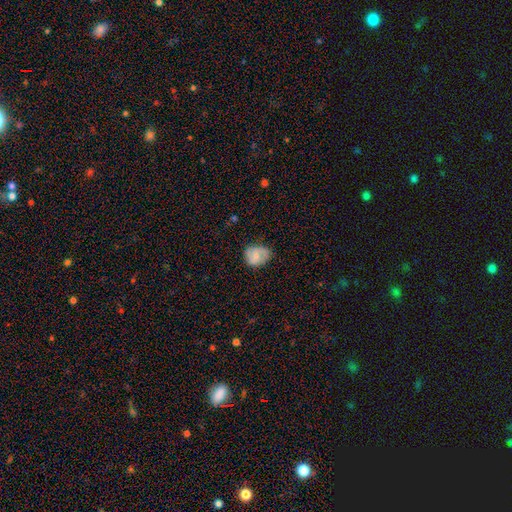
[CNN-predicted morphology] This is possibly a smooth galaxy (53%). How rounded: possibly round (54%). Merging: likely none (61%).